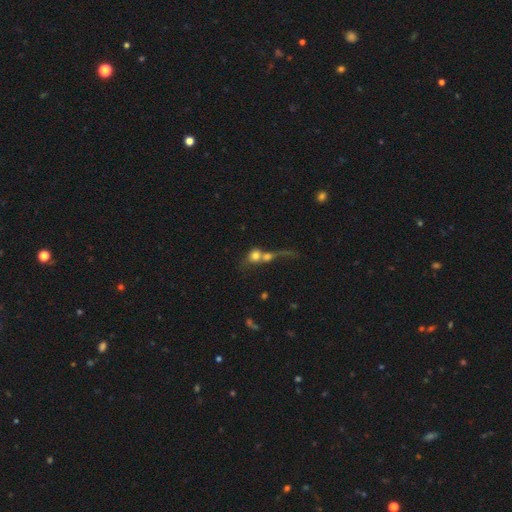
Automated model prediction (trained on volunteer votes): Q: Smooth or featured?
A: smooth (67%); runner-up: featured or disk (22%)
Q: How rounded?
A: round (68%); runner-up: in between (28%)
Q: Merging?
A: merger (67%); runner-up: none (16%)